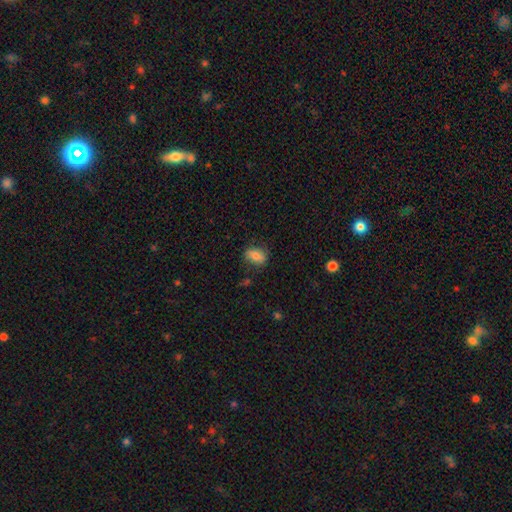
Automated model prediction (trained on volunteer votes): The model was most divided on "merging": none: 76%, minor disturbance: 18%, major disturbance: 5%, merger: 2%. More confident: smooth or featured — smooth (80%); how rounded — in between (80%).